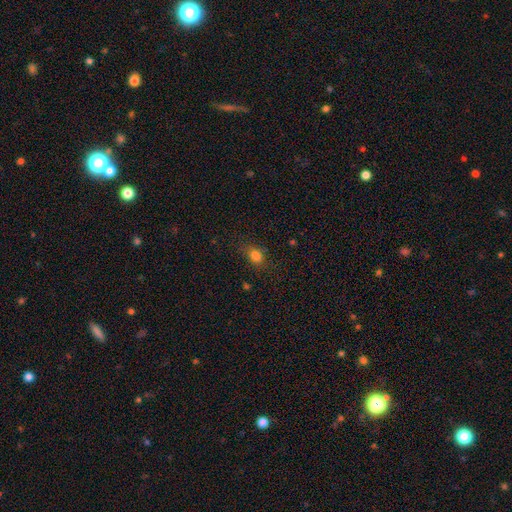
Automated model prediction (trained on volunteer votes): The model was most divided on "how rounded": in between: 63%, round: 35%, cigar-shaped: 2%. More confident: smooth or featured — smooth (79%); merging — none (74%).